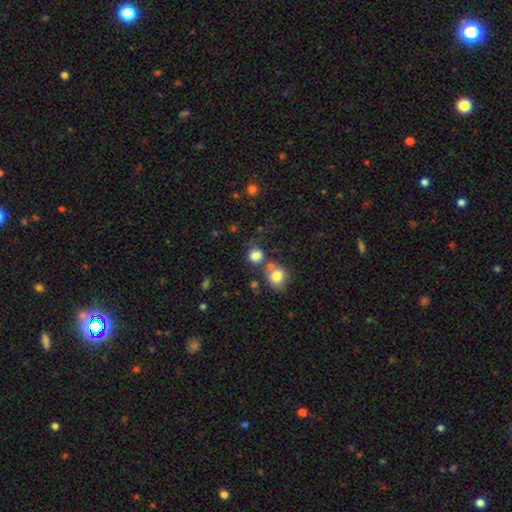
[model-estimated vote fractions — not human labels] Overall: smooth (82%). How rounded: round (80%). Merging: none (53%; merger 26%).